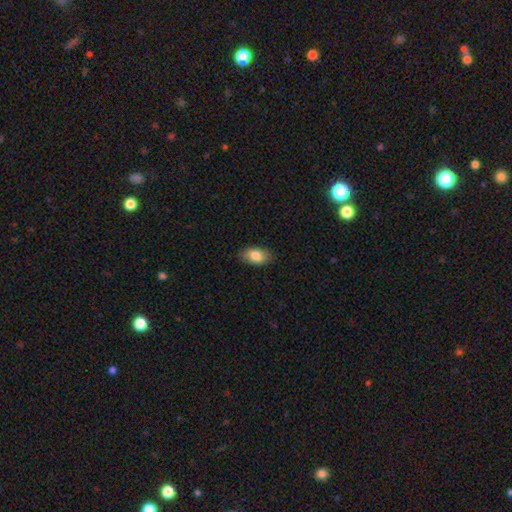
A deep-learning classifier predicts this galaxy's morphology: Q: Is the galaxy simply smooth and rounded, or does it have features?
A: smooth — 82%.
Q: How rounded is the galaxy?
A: in between — 92%.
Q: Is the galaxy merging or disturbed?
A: none — 86%.